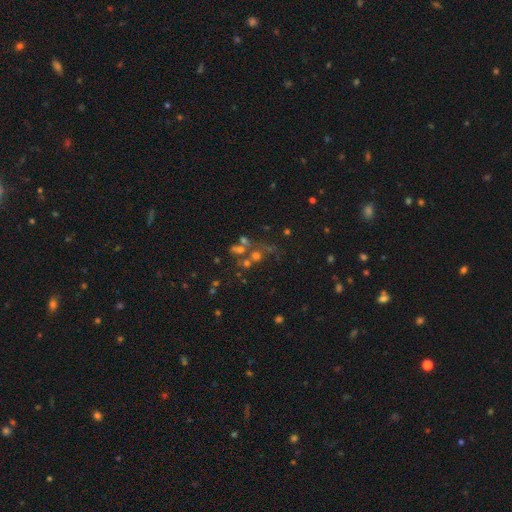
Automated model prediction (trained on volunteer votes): A star or artifact, not a galaxy (39%).

Vote fractions:
- Smooth or featured? star or artifact: 39% / smooth: 36% / featured or disk: 25%